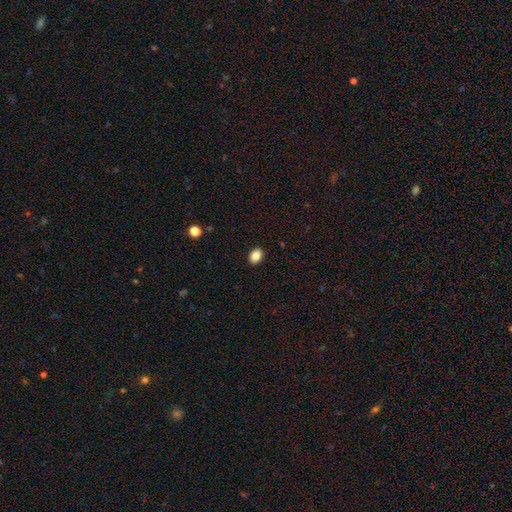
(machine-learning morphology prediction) smooth_or_featured: smooth (p=0.86) [alt: star or artifact p=0.09]
how_rounded: in between (p=0.73) [alt: round p=0.26]
merging: none (p=0.90) [alt: minor disturbance p=0.07]